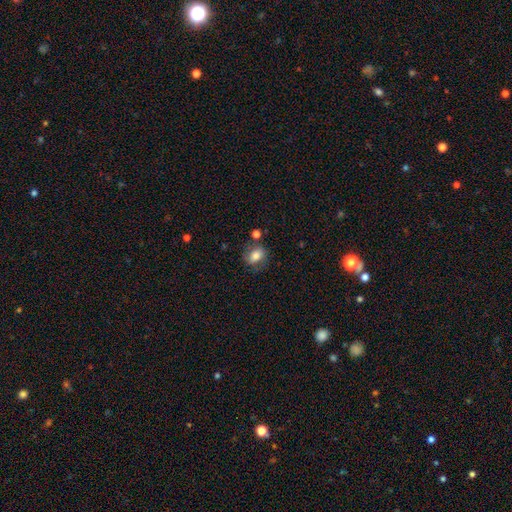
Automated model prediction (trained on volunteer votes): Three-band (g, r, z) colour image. It shows a smooth galaxy with no disk features (71%) that is in between round and cigar-shaped (60%). Merging: none (66%).